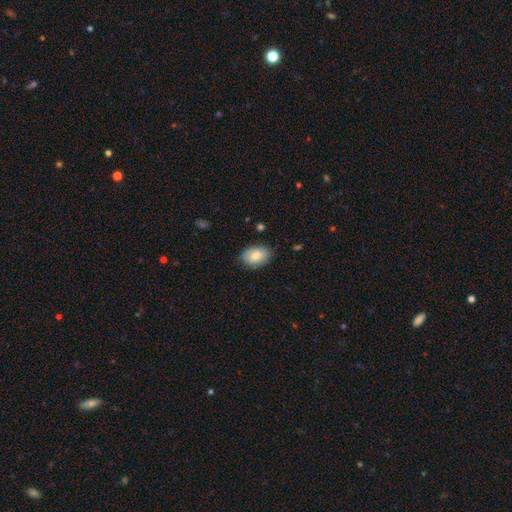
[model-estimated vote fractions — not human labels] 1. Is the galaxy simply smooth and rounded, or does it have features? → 80% smooth, 13% featured or disk, 7% star or artifact.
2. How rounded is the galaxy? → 82% in between, 17% round, 1% cigar-shaped.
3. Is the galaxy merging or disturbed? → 81% none, 15% minor disturbance, 3% major disturbance, 1% merger.